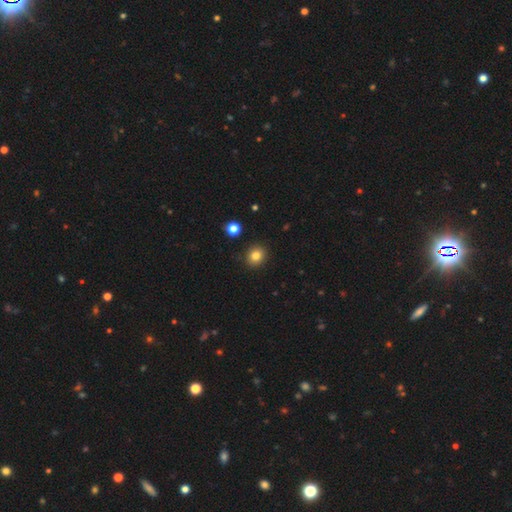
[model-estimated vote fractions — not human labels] Smooth or featured? smooth (82%)
How rounded? round (80%)
Merging? none (90%)